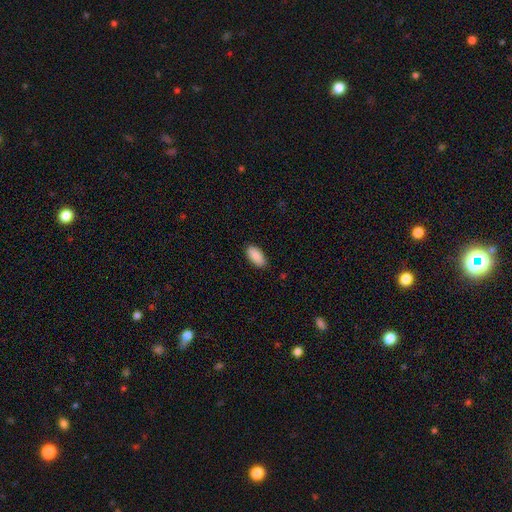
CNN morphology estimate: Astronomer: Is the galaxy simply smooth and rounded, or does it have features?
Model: smooth — 90%.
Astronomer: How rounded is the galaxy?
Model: in between — 93%.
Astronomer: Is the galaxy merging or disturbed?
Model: none — 87%.